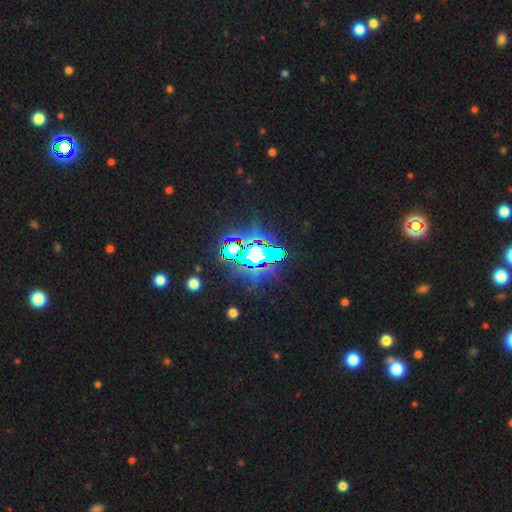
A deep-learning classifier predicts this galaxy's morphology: Q: Smooth or featured?
A: star or artifact (70%); runner-up: featured or disk (16%)